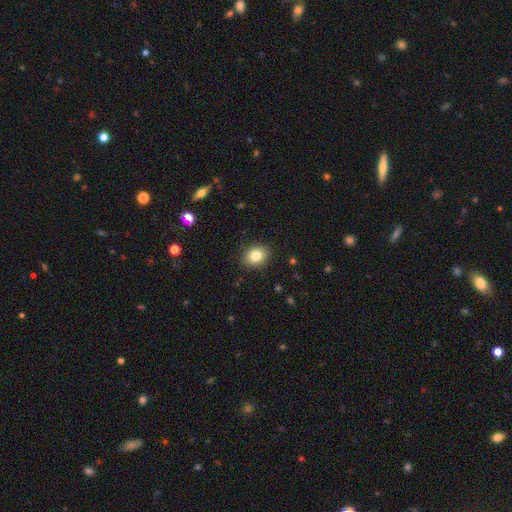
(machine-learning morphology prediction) Overall: smooth (82%). How rounded: in between (51%; round 48%). Merging: none (89%).